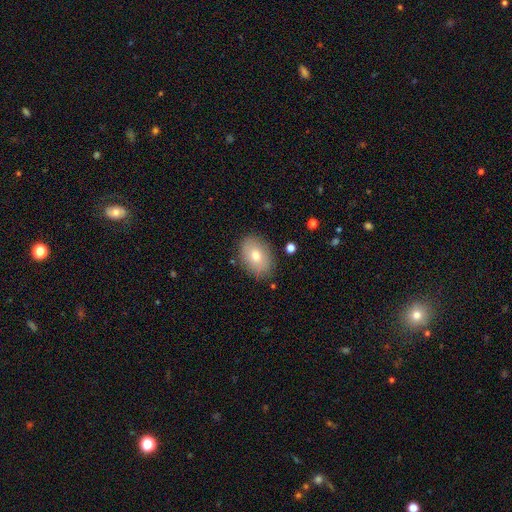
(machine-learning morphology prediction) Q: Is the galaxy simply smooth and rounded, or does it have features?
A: smooth — 73%.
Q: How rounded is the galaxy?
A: in between — 81%.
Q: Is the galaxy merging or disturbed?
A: none — 85%.